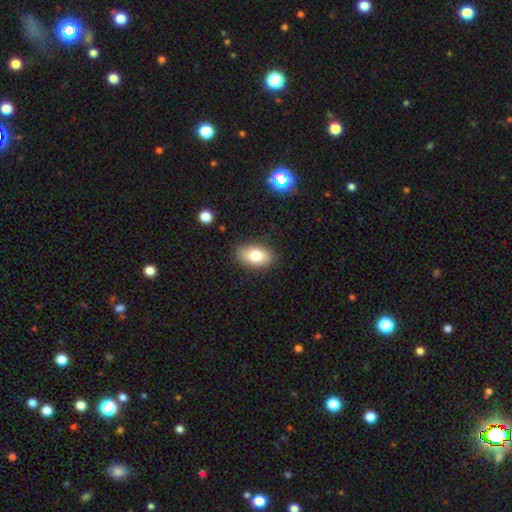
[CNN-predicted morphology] This is likely a smooth galaxy (78%). How rounded: clearly in between (90%). Merging: clearly none (85%).